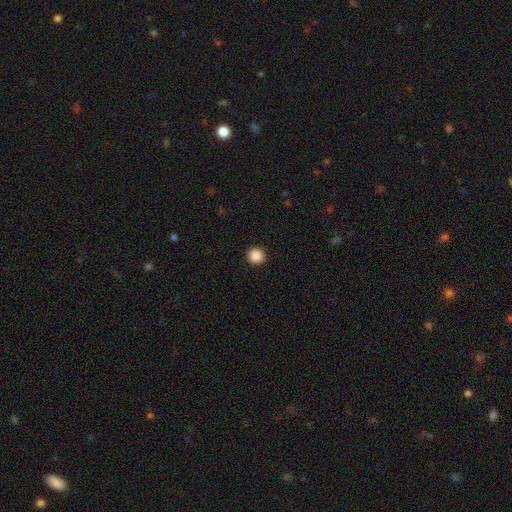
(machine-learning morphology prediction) This appears to be a smooth galaxy with no disk features (88%) that is round (95%). Merging: none (93%).